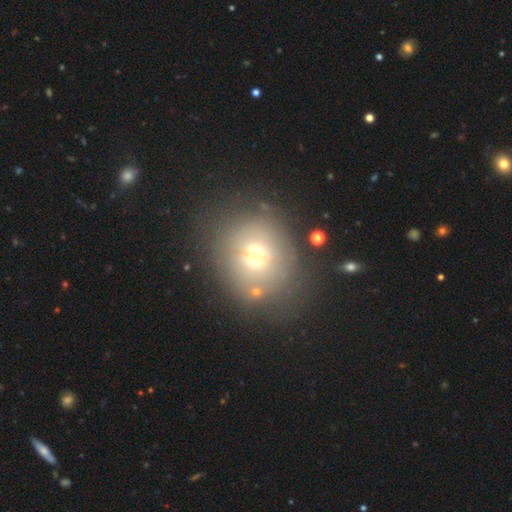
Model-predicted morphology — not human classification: Smooth or featured? smooth (54%)
How rounded? round (78%)
Merging? none (60%)